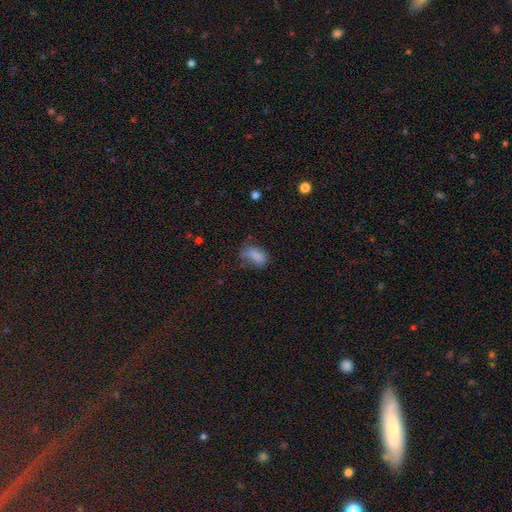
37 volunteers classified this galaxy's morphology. Overall: smooth (78%). How rounded: in between (93%). Merging: minor disturbance (37%; none 31%).